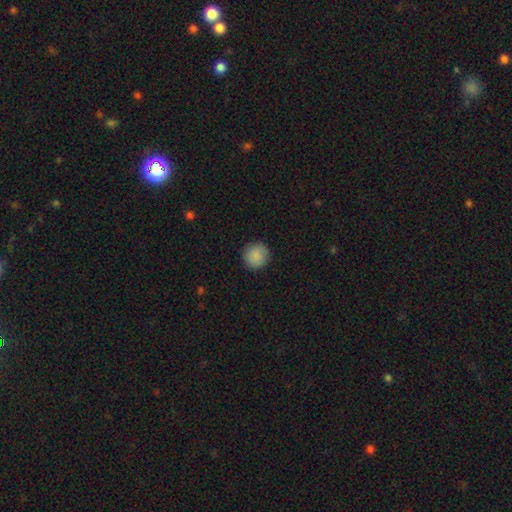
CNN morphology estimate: Smooth or featured: smooth — 88% (star or artifact — 8%)
How rounded: round — 95% (in between — 4%)
Merging: none — 91% (minor disturbance — 6%)